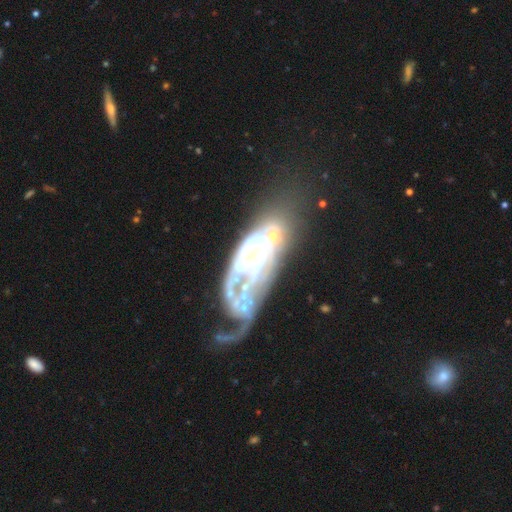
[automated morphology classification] Smooth or featured?
  - featured or disk: 78% *
  - smooth: 12%
  - star or artifact: 10%
Edge-on disk?
  - no: 91% *
  - yes: 9%
Bar?
  - no: 72% *
  - weak: 19%
  - strong: 9%
Spiral arms?
  - yes: 67% *
  - no: 33%
Bulge size?
  - small: 50% *
  - none: 28%
  - moderate: 17%
  - large: 3%
  - dominant: 2%
Merging?
  - major disturbance: 37% *
  - none: 25%
  - minor disturbance: 19%
  - merger: 19%